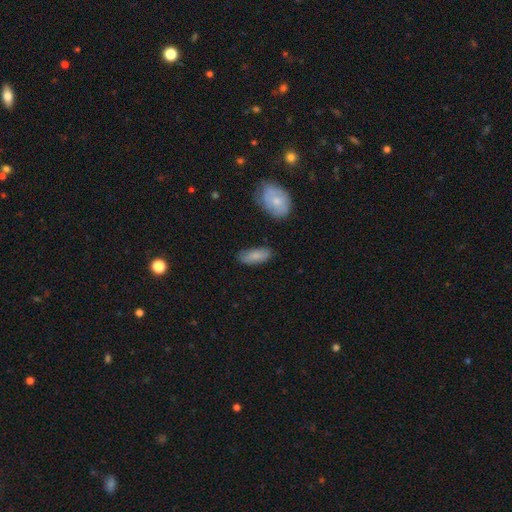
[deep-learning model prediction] smooth_or_featured: smooth (p=0.80) [alt: featured or disk p=0.14]
how_rounded: in between (p=0.80) [alt: cigar-shaped p=0.18]
merging: none (p=0.77) [alt: minor disturbance p=0.17]